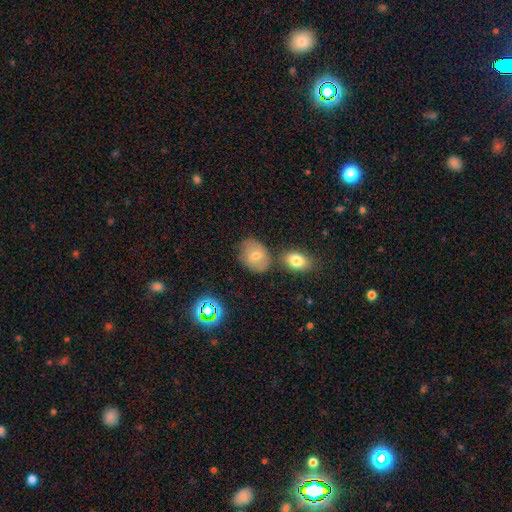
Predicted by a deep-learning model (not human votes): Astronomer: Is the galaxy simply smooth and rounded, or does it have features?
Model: smooth — 63%.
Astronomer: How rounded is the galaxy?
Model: in between — 67%.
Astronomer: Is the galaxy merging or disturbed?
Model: none — 65%.